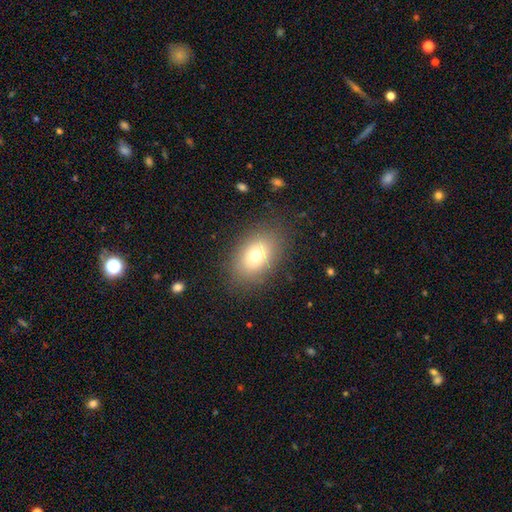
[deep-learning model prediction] Smooth or featured? smooth (70%)
How rounded? in between (82%)
Merging? none (83%)